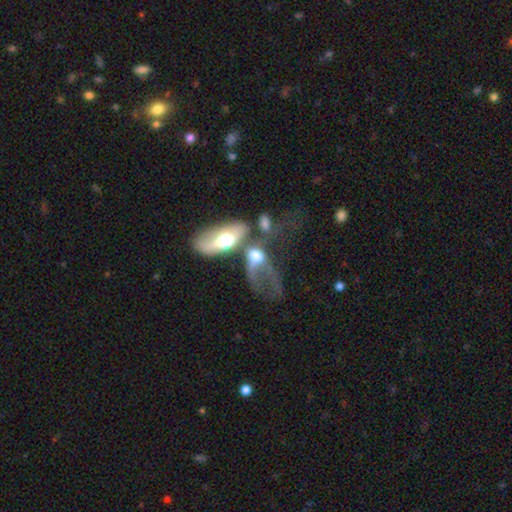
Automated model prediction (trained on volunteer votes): This appears to be a featured or disk galaxy (49%). Merging: merger (58%).